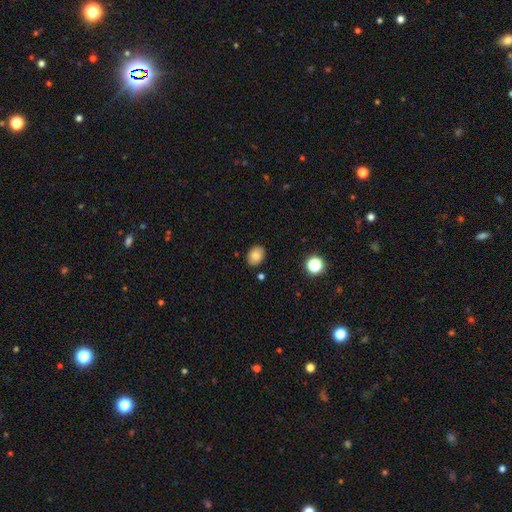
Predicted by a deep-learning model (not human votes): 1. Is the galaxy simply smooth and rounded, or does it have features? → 82% smooth, 10% star or artifact, 9% featured or disk.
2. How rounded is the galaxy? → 66% in between, 33% round, 1% cigar-shaped.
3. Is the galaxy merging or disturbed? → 87% none, 9% minor disturbance, 2% major disturbance, 2% merger.